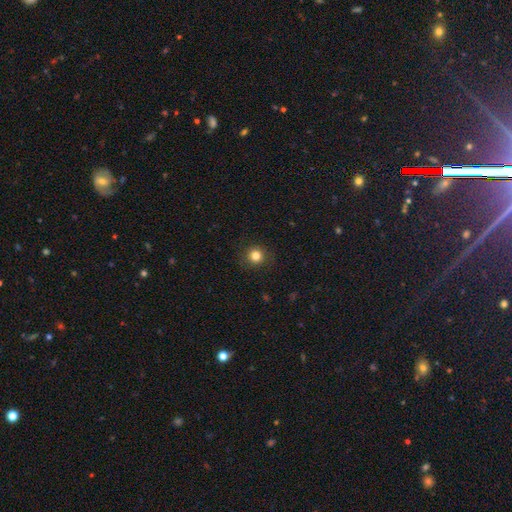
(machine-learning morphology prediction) Overall: smooth (82%). How rounded: round (94%). Merging: none (91%).